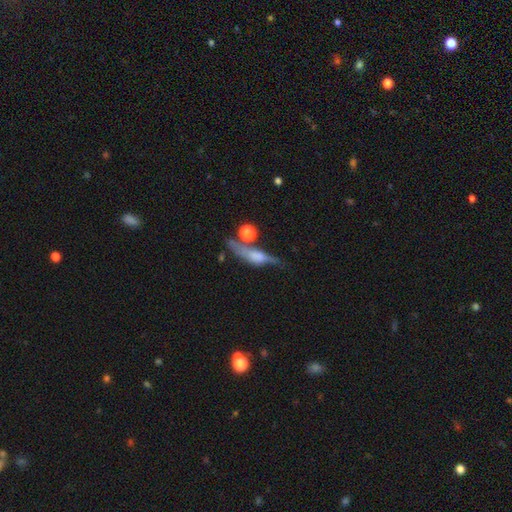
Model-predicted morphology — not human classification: Smooth or featured?
  - featured or disk: 50% *
  - smooth: 40%
  - star or artifact: 10%
Edge-on disk?
  - yes: 79% *
  - no: 21%
Merging?
  - none: 47% *
  - minor disturbance: 22%
  - major disturbance: 16%
  - merger: 15%